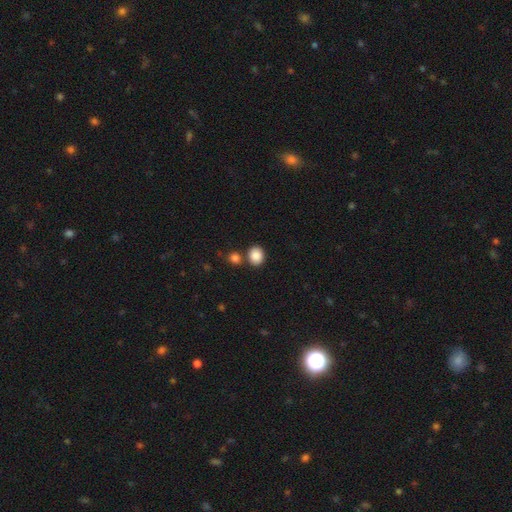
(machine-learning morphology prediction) This is clearly a smooth galaxy (87%). How rounded: likely round (68%). Merging: likely none (75%).